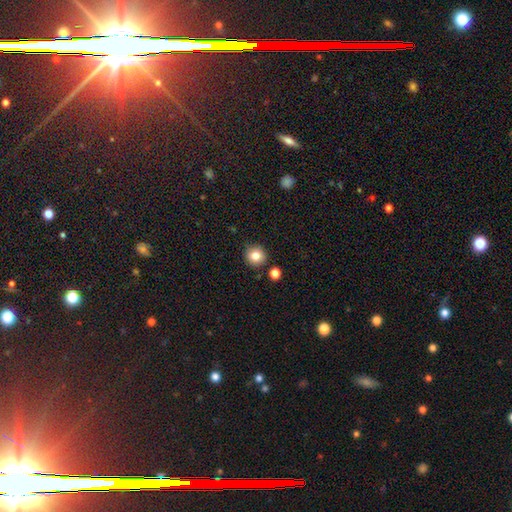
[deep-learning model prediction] Overall: smooth (81%). How rounded: round (92%). Merging: none (87%).